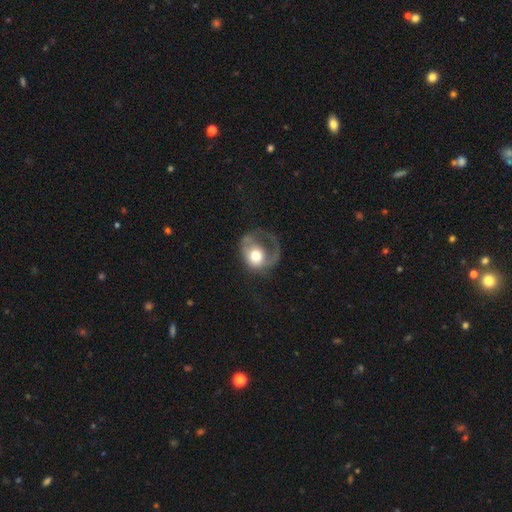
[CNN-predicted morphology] Smooth or featured: featured or disk — 49% (smooth — 44%)
Merging: major disturbance — 56% (none — 23%)